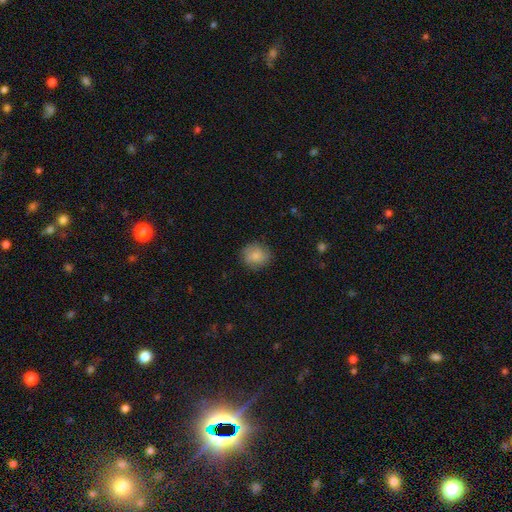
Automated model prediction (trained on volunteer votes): This is likely a smooth galaxy (80%). How rounded: clearly round (83%). Merging: clearly none (83%).